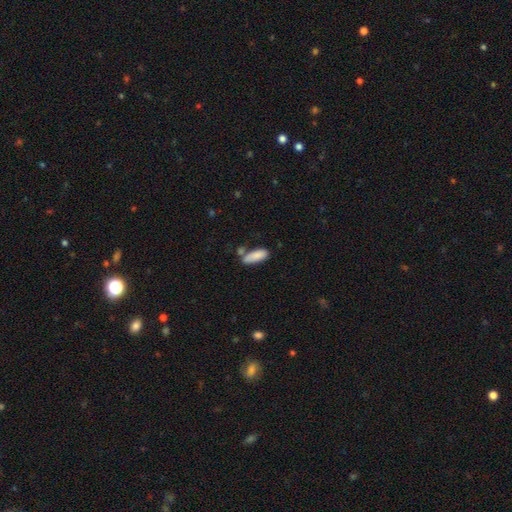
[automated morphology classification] Smooth or featured?
  - smooth: 86% *
  - featured or disk: 7%
  - star or artifact: 7%
How rounded?
  - in between: 71% *
  - cigar-shaped: 27%
  - round: 2%
Merging?
  - none: 60% *
  - merger: 18%
  - minor disturbance: 18%
  - major disturbance: 5%